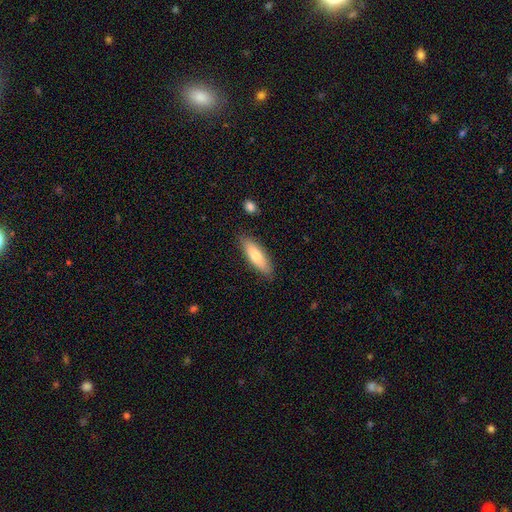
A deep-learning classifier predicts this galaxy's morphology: Smooth or featured?
  - smooth: 70% *
  - featured or disk: 24%
  - star or artifact: 6%
How rounded?
  - in between: 49% * (tied)
  - cigar-shaped: 49% * (tied)
  - round: 2%
Merging?
  - none: 86% *
  - minor disturbance: 11%
  - major disturbance: 2%
  - merger: 2%